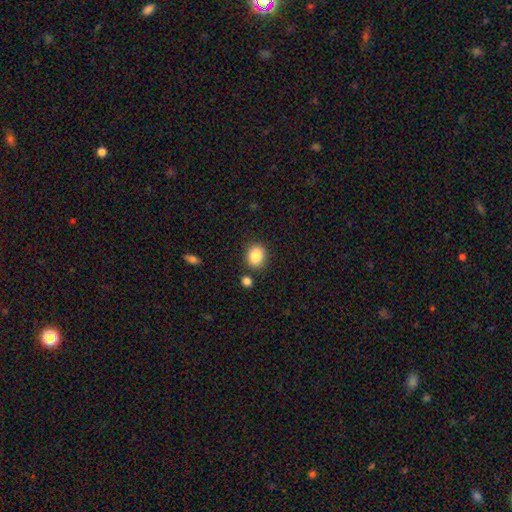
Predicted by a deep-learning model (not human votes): Q: Smooth or featured?
A: smooth (86%); runner-up: star or artifact (9%)
Q: How rounded?
A: round (58%); runner-up: in between (41%)
Q: Merging?
A: none (81%); runner-up: minor disturbance (10%)